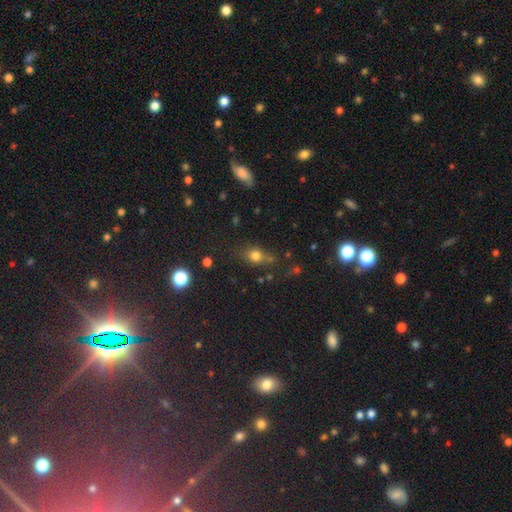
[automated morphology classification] The model was most divided on "how rounded": round: 54%, in between: 42%, cigar-shaped: 4%. More confident: smooth or featured — smooth (72%); merging — none (64%).